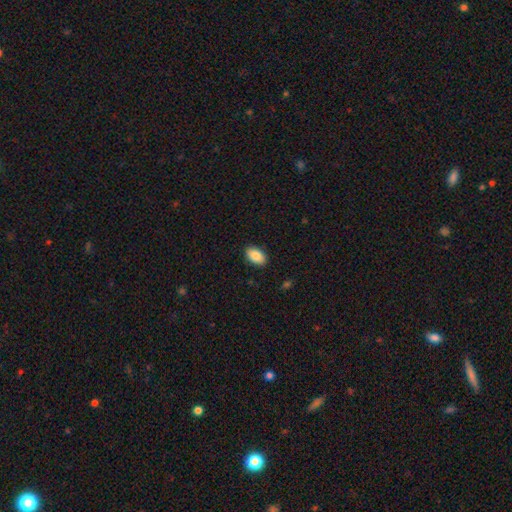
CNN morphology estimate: Smooth or featured? smooth (86%)
How rounded? in between (92%)
Merging? none (90%)